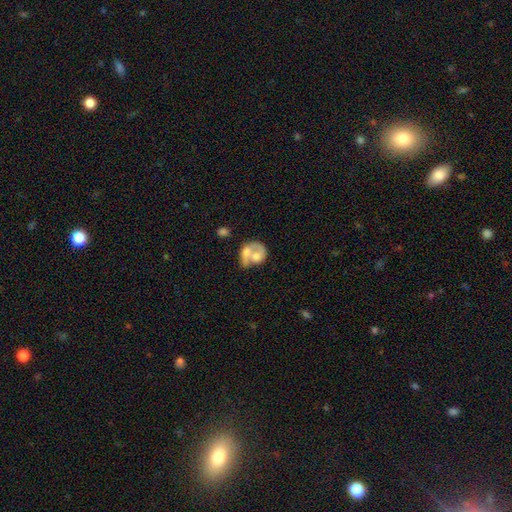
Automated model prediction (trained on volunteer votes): Smooth or featured?
  - featured or disk: 49% *
  - smooth: 43%
  - star or artifact: 8%
Merging?
  - merger: 59% *
  - none: 17%
  - major disturbance: 14%
  - minor disturbance: 9%